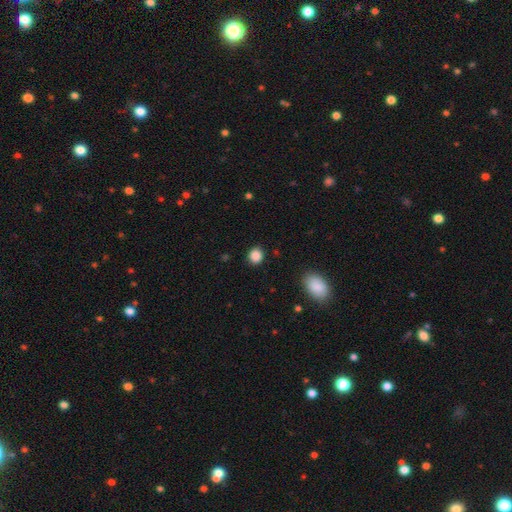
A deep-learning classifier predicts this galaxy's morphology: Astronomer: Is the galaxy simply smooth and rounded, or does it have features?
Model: smooth — 87%.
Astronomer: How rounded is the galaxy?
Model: round — 81%.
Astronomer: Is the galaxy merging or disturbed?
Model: none — 89%.